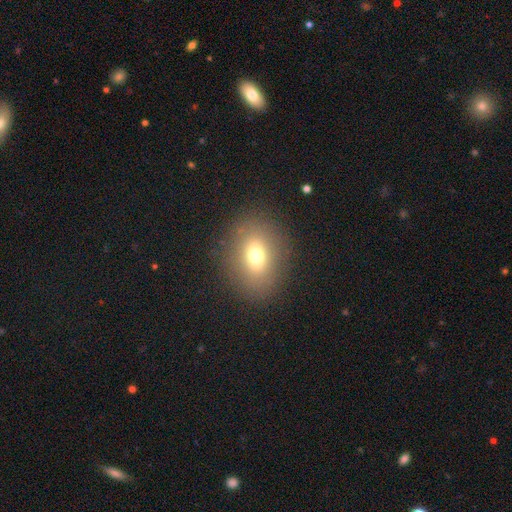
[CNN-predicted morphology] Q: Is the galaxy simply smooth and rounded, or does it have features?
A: smooth — 70%.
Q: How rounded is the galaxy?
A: in between — 61%.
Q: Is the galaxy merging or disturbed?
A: none — 86%.